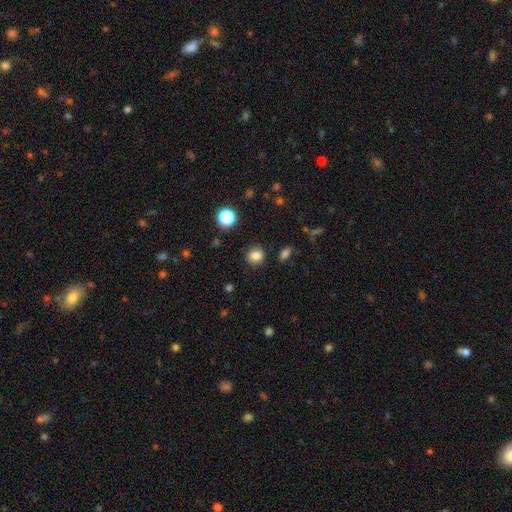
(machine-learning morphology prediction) smooth_or_featured: smooth (p=0.81) [alt: star or artifact p=0.13]
how_rounded: round (p=0.75) [alt: in between p=0.24]
merging: none (p=0.85) [alt: minor disturbance p=0.09]